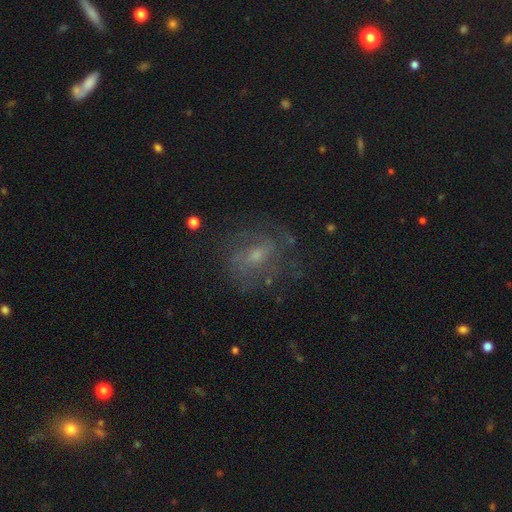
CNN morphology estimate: featured or disk 62%, smooth 24%, star or artifact 14%. Down the decision tree: edge-on disk — no (96%); bar — no (49%); spiral arms — yes (69%); bulge size — small (53%); merging — none (64%).